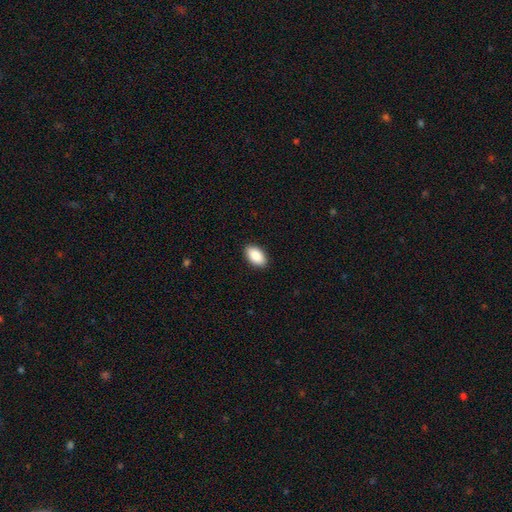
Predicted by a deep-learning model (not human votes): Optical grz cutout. It shows a smooth galaxy with no disk features (90%) that is in between round and cigar-shaped (95%). Merging: none (90%).